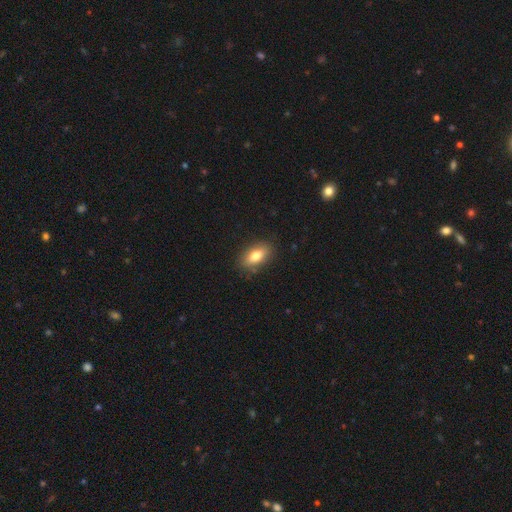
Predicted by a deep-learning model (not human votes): smooth_or_featured: smooth (p=0.79) [alt: featured or disk p=0.13]
how_rounded: in between (p=0.88) [alt: round p=0.06]
merging: none (p=0.85) [alt: minor disturbance p=0.12]